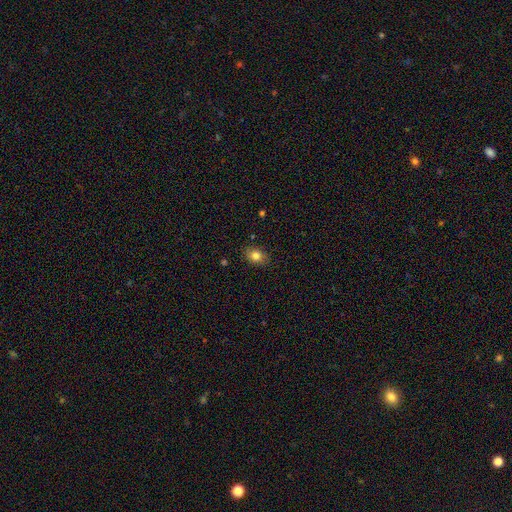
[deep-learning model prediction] A smooth galaxy with no disk features (82%) that is in between round and cigar-shaped (58%). Merging: none (86%).